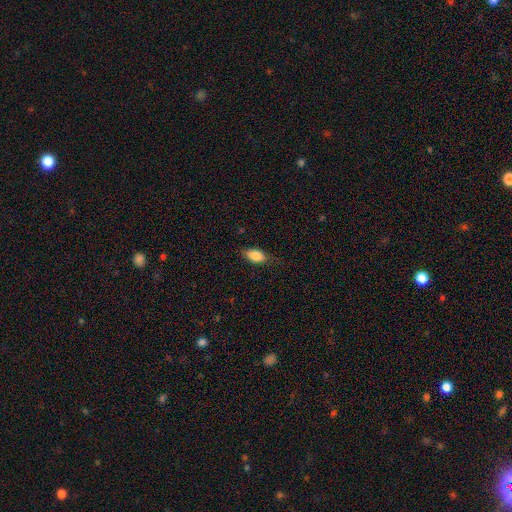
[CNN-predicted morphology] This is clearly a smooth galaxy (82%). How rounded: clearly in between (88%). Merging: likely none (72%).